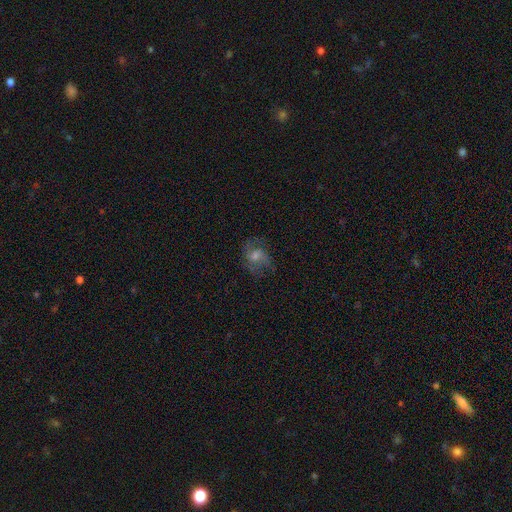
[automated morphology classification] A featured or disk galaxy (57%) with no bar (59%), spiral arms (79%) and a moderate central bulge (46%). Merging: none (61%).